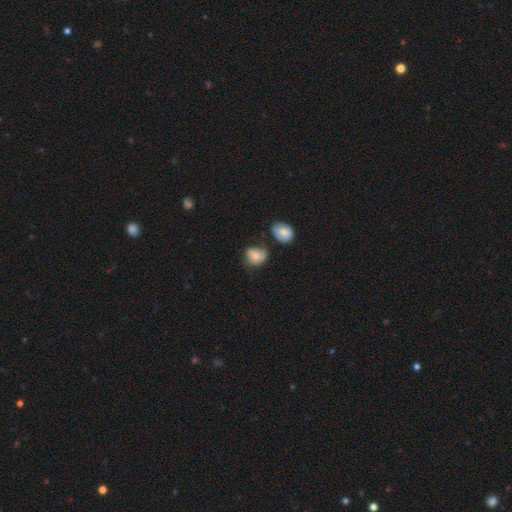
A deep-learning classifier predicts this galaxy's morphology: This appears to be a smooth galaxy with no disk features (69%) that is round (60%). Merging: none (44%).